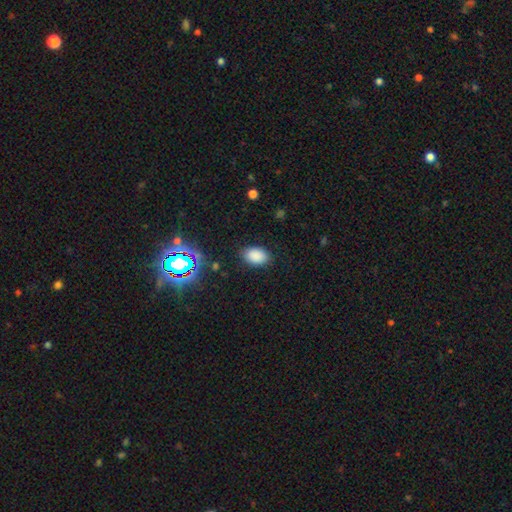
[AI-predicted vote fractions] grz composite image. It shows a smooth galaxy with no disk features (84%) that is in between round and cigar-shaped (86%). Merging: none (85%).